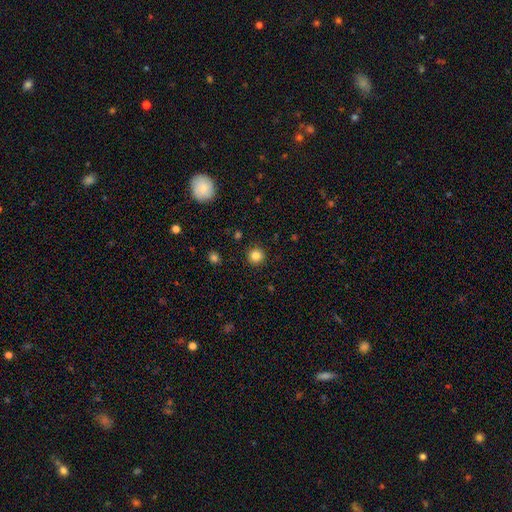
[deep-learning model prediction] Morphology: type=smooth (84%); roundness=round (94%); merging=none (91%).